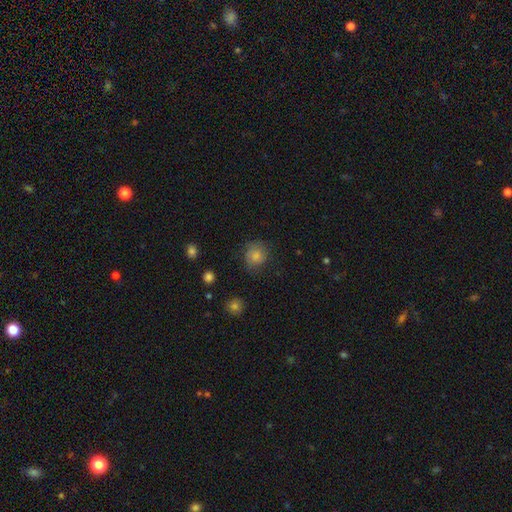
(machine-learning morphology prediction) This appears to be a smooth galaxy with no disk features (76%) that is round (83%). Merging: none (67%).